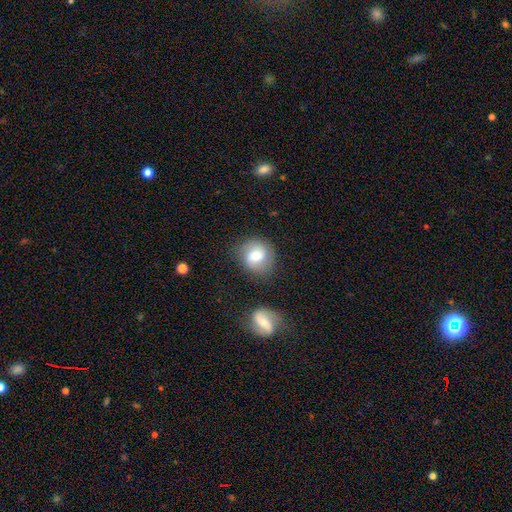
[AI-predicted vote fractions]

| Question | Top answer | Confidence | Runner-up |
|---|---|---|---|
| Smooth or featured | smooth | 60% | featured or disk (32%) |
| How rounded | round | 75% | in between (24%) |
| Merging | none | 72% | minor disturbance (17%) |